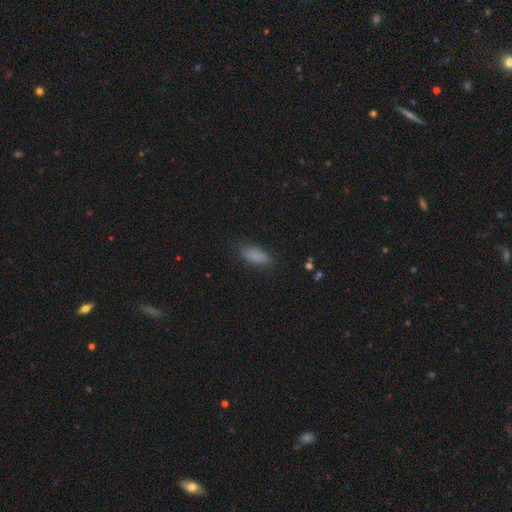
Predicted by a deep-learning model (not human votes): A smooth galaxy with no disk features (85%) that is in between round and cigar-shaped (75%).

Vote fractions:
- Smooth or featured? smooth: 85% / star or artifact: 9% / featured or disk: 6%
- How rounded? in between: 75% / cigar-shaped: 22% / round: 2%
- Merging? none: 81% / minor disturbance: 14% / major disturbance: 4% / merger: 1%